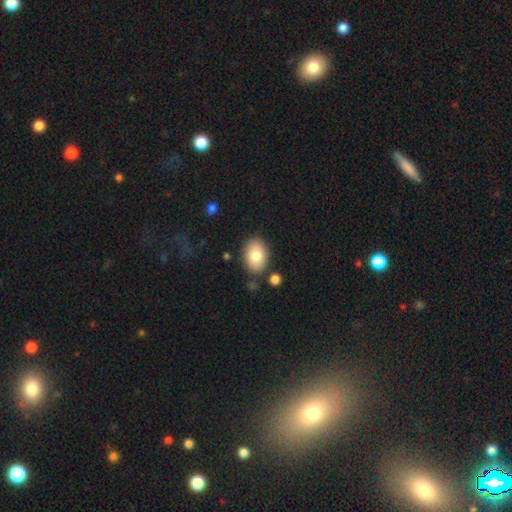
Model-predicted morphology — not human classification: This appears to be a smooth galaxy with no disk features (80%) that is in between round and cigar-shaped (84%). Merging: none (83%).